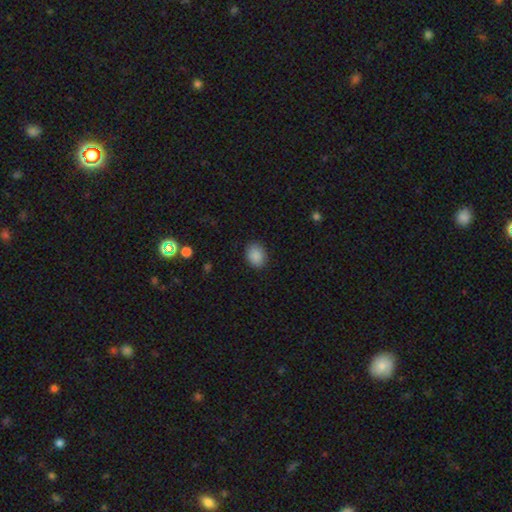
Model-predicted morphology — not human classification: The model was most divided on "how rounded": in between: 65%, round: 34%, cigar-shaped: 1%. More confident: smooth or featured — smooth (89%); merging — none (87%).